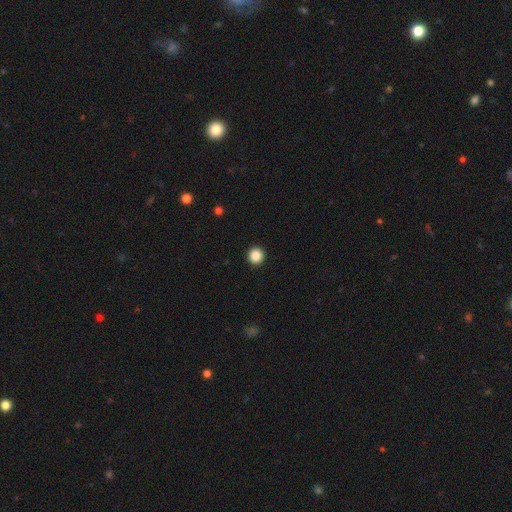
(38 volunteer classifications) Smooth or featured?
  - smooth: 97% *
  - star or artifact: 3%
  - featured or disk: 0%
How rounded?
  - round: 97% *
  - in between: 3%
  - cigar-shaped: 0%
Merging?
  - none: 97% *
  - major disturbance: 3%
  - minor disturbance: 0%
  - merger: 0%